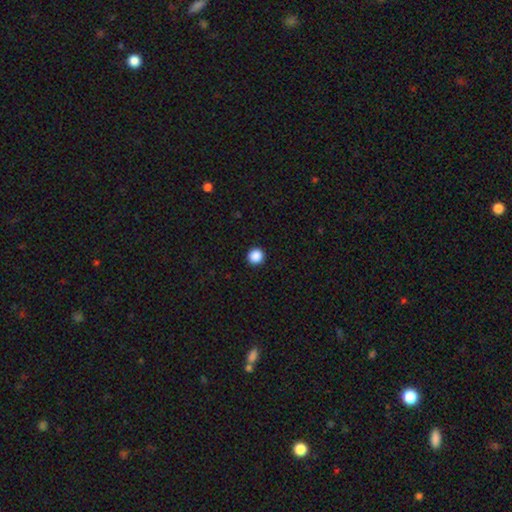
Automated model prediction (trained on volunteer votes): smooth 88%, star or artifact 9%, featured or disk 2%. Down the decision tree: how rounded — round (94%); merging — none (94%).